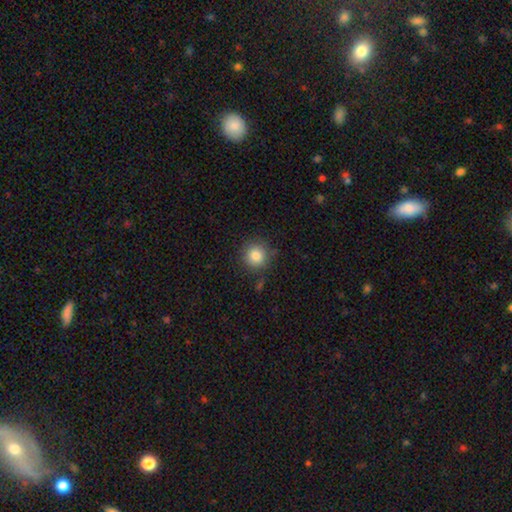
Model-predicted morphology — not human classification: A smooth galaxy with no disk features (84%) that is round (93%). Merging: none (84%).